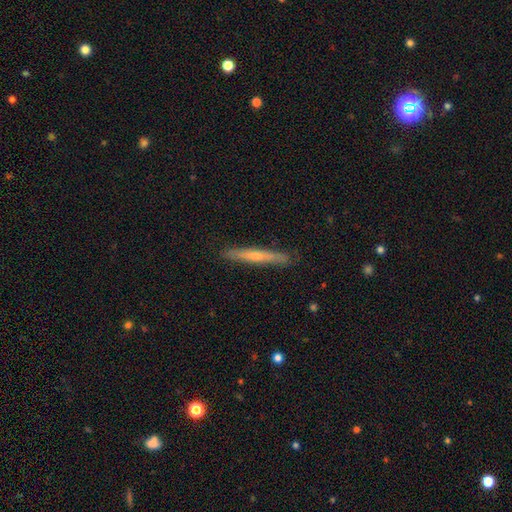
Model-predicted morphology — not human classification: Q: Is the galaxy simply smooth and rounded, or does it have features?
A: featured or disk — 61%.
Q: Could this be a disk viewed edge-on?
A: yes — 95%.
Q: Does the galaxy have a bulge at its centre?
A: rounded — 75%.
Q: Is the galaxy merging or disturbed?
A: none — 89%.